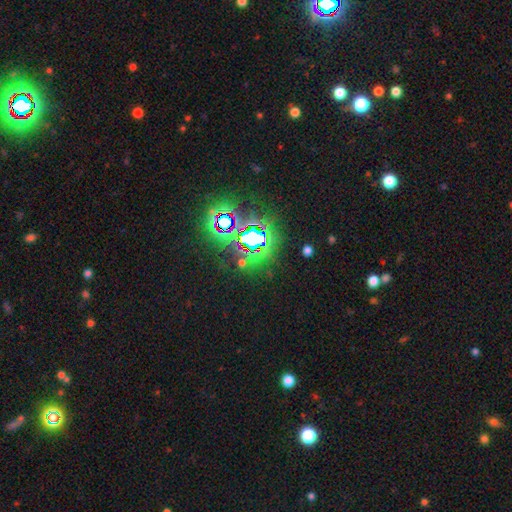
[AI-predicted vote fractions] Smooth or featured?
  - star or artifact: 80% *
  - smooth: 13%
  - featured or disk: 7%